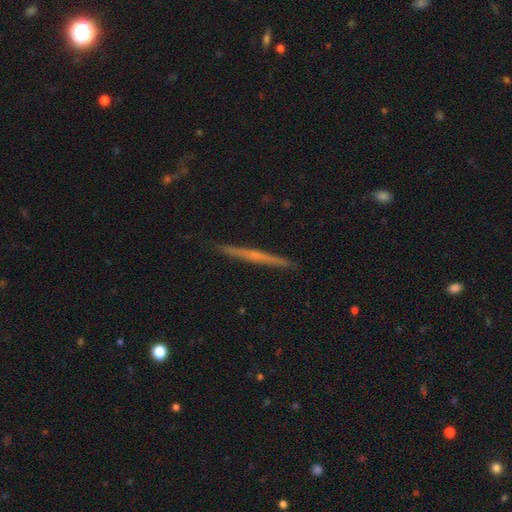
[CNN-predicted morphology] Q: Smooth or featured?
A: featured or disk (63%); runner-up: smooth (30%)
Q: Edge-on disk?
A: yes (98%); runner-up: no (2%)
Q: Edge-on bulge?
A: none (65%); runner-up: rounded (30%)
Q: Merging?
A: none (91%); runner-up: minor disturbance (6%)